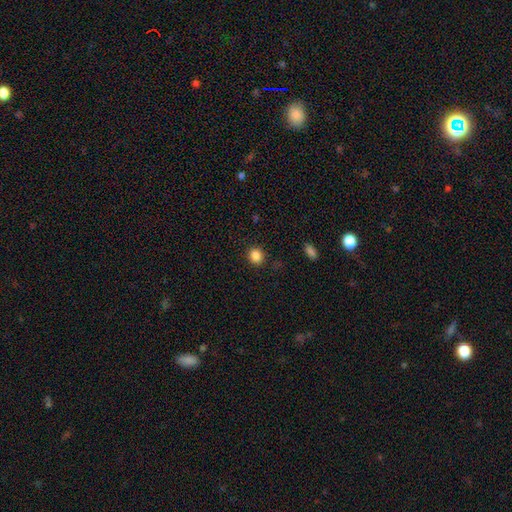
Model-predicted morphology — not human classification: Overall: smooth (86%). How rounded: round (78%). Merging: none (88%).